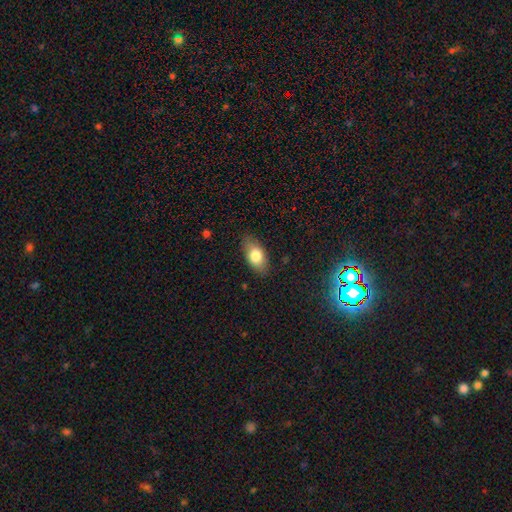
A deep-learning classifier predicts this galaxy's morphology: Smooth or featured? Predicted: smooth (p=0.78). How rounded? Predicted: in between (p=0.90). Merging? Predicted: none (p=0.82).